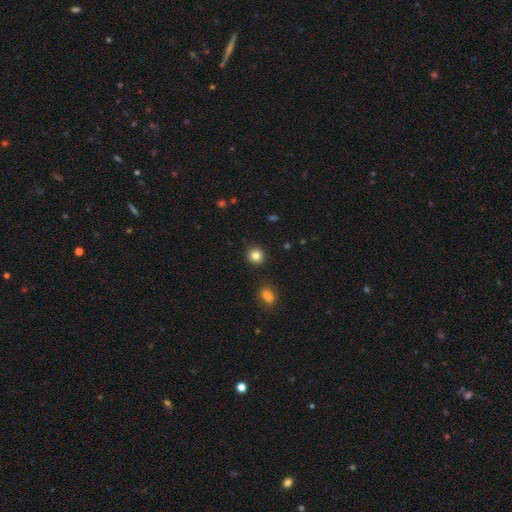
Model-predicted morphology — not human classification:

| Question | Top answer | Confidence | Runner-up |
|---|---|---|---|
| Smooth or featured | smooth | 83% | star or artifact (11%) |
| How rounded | round | 90% | in between (9%) |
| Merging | none | 91% | minor disturbance (5%) |